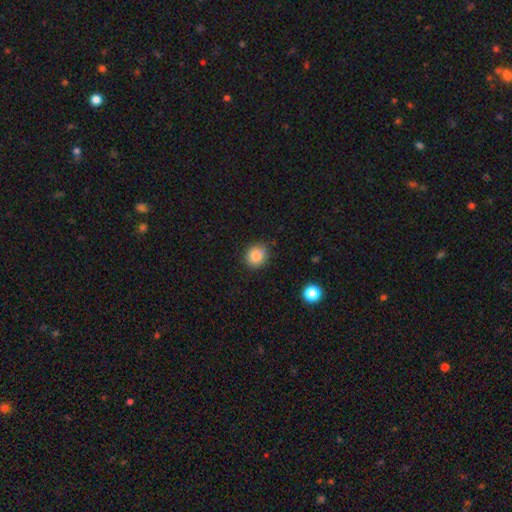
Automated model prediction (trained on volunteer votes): smooth_or_featured: smooth (p=0.85) [alt: star or artifact p=0.10]
how_rounded: round (p=0.78) [alt: in between p=0.21]
merging: none (p=0.82) [alt: minor disturbance p=0.13]